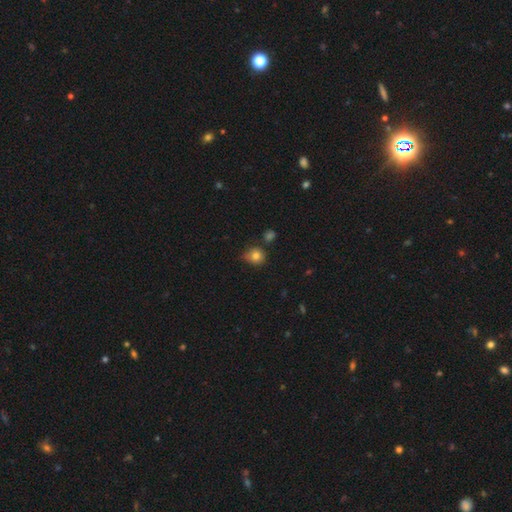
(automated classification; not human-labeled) Smooth or featured: smooth — 81% (star or artifact — 11%)
How rounded: round — 82% (in between — 17%)
Merging: none — 62% (minor disturbance — 27%)